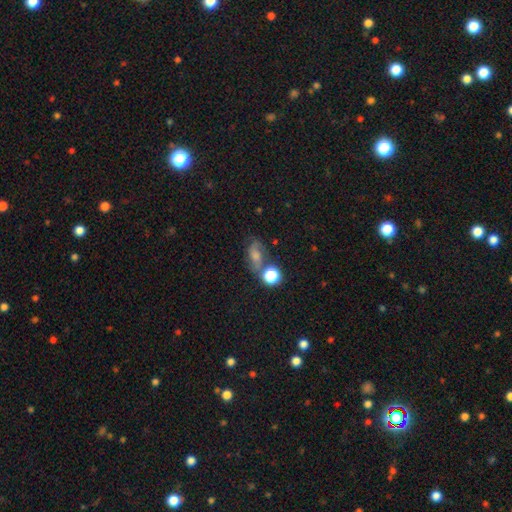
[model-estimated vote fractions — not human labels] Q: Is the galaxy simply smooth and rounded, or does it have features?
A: smooth — 41%.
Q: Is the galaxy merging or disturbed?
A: none — 57%.